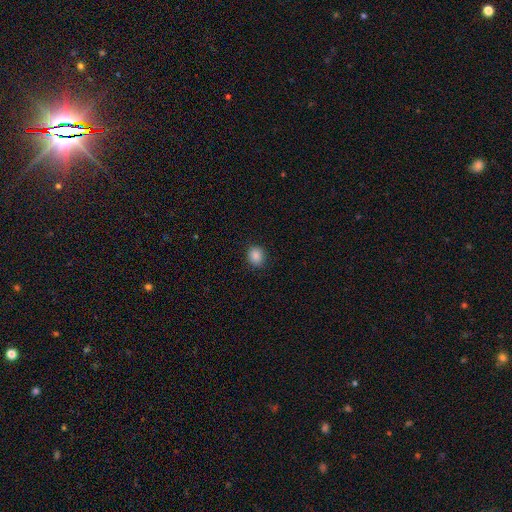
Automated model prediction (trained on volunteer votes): Smooth or featured: smooth — 87% (star or artifact — 10%)
How rounded: round — 73% (in between — 26%)
Merging: none — 90% (minor disturbance — 7%)